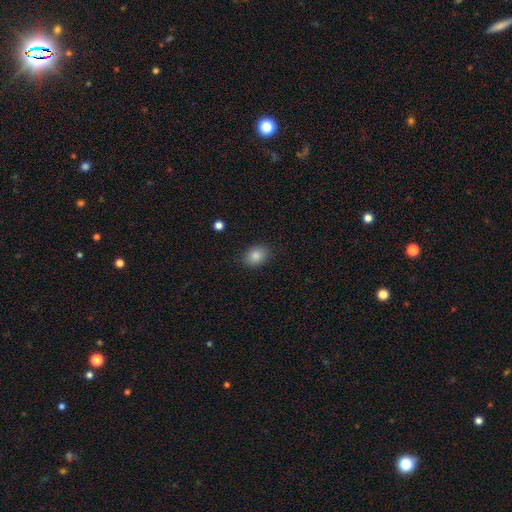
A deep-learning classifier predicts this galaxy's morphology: A smooth galaxy with no disk features (84%) that is in between round and cigar-shaped (70%).

Vote fractions:
- Smooth or featured? smooth: 84% / star or artifact: 10% / featured or disk: 6%
- How rounded? in between: 70% / round: 29% / cigar-shaped: 1%
- Merging? none: 87% / minor disturbance: 10% / major disturbance: 3% / merger: 1%